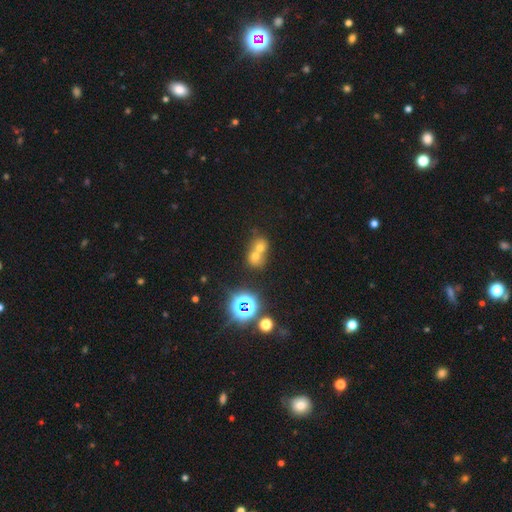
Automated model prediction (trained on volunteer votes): Smooth or featured?
  - smooth: 52% *
  - star or artifact: 30%
  - featured or disk: 18%
How rounded?
  - round: 69% *
  - in between: 30%
  - cigar-shaped: 1%
Merging?
  - merger: 61% *
  - none: 31%
  - minor disturbance: 5%
  - major disturbance: 3%